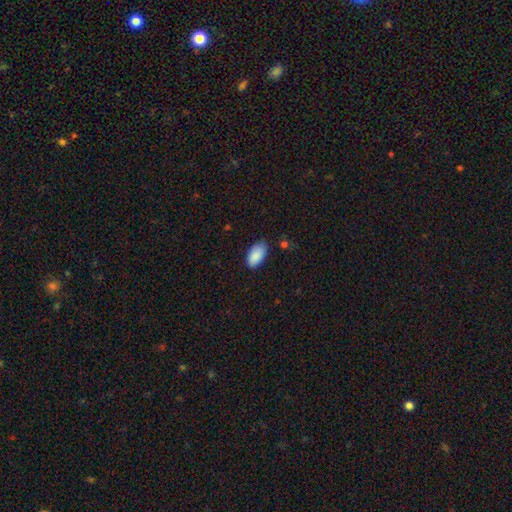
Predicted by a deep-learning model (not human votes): Smooth or featured? Predicted: smooth (p=0.89). How rounded? Predicted: in between (p=0.95). Merging? Predicted: none (p=0.78).